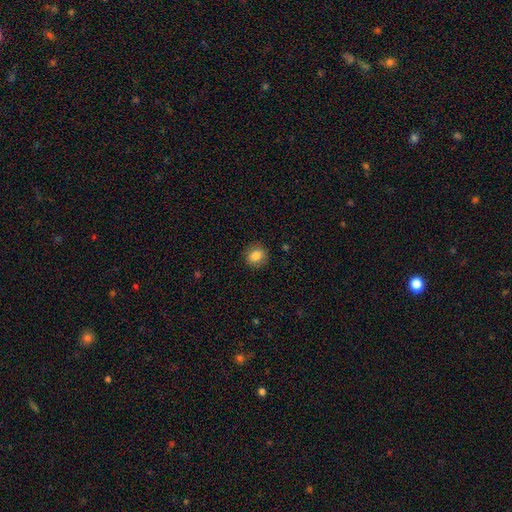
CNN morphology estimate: Smooth or featured? smooth (85%)
How rounded? round (78%)
Merging? none (89%)